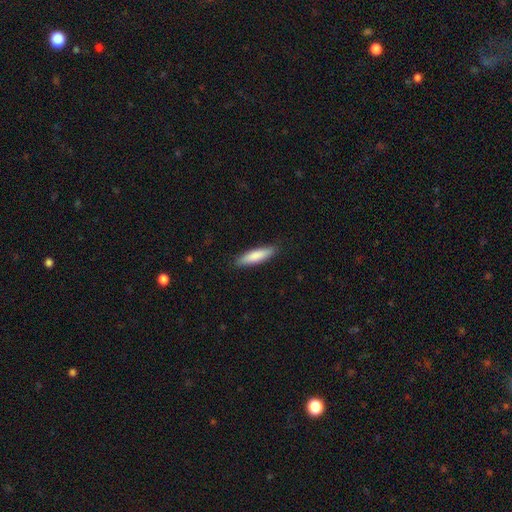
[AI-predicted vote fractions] smooth 82%, featured or disk 13%, star or artifact 5%. Down the decision tree: how rounded — cigar-shaped (73%); merging — none (87%).